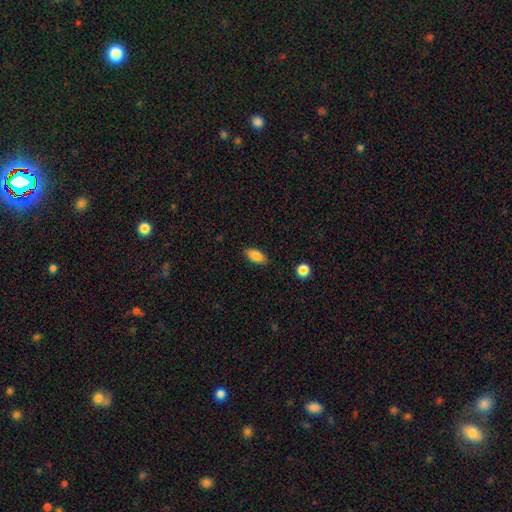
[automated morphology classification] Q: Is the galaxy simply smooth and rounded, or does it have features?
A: smooth — 85%.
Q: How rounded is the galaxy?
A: in between — 89%.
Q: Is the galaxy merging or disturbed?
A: none — 85%.